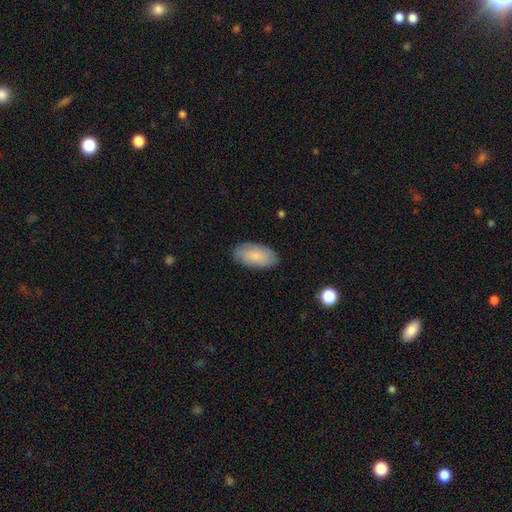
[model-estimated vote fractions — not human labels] Smooth or featured?
  - smooth: 75% *
  - featured or disk: 18%
  - star or artifact: 7%
How rounded?
  - in between: 94% *
  - cigar-shaped: 4%
  - round: 3%
Merging?
  - none: 84% *
  - minor disturbance: 13%
  - major disturbance: 3%
  - merger: 1%